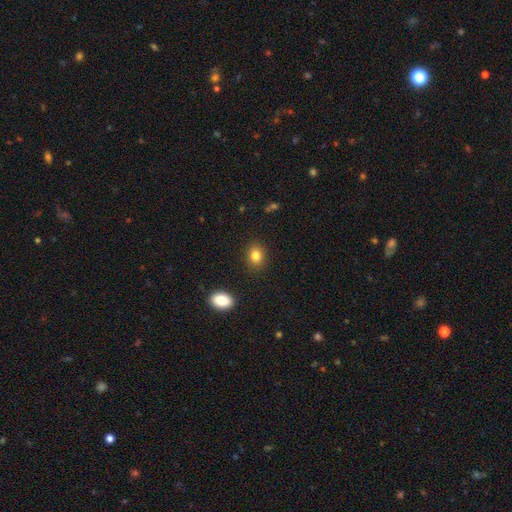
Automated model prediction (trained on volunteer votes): This is clearly a smooth galaxy (83%). How rounded: possibly in between (55%). Merging: clearly none (88%).